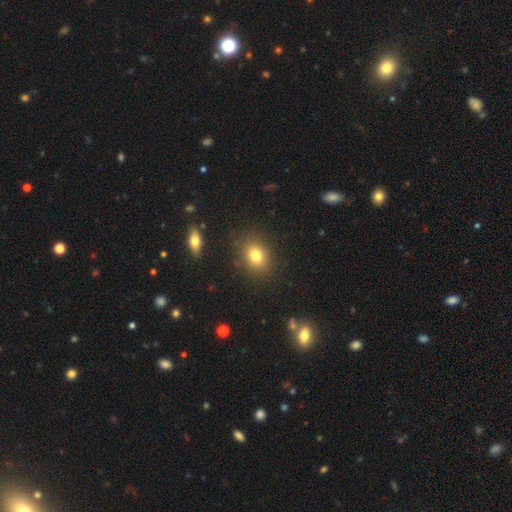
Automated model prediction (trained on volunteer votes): smooth 79%, star or artifact 11%, featured or disk 10%. Down the decision tree: how rounded — in between (57%); merging — none (84%).